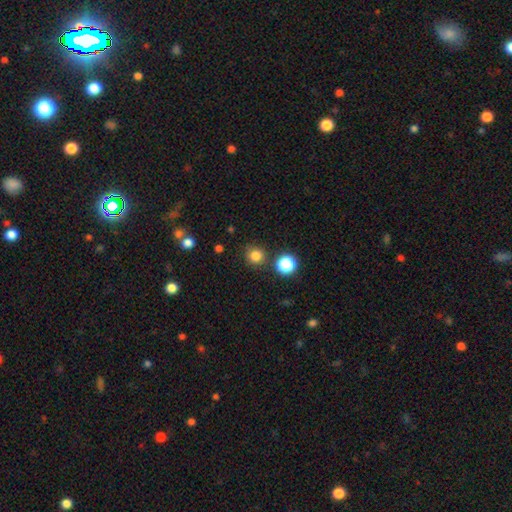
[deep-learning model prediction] Overall: smooth (81%). How rounded: round (92%). Merging: none (83%).